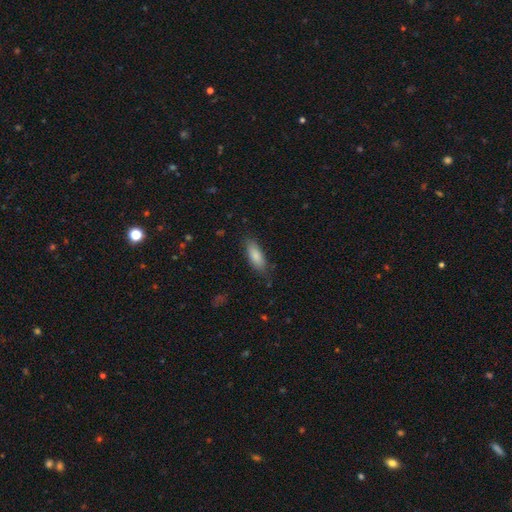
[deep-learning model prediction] smooth-or-featured: smooth: 84% | featured or disk: 9% | star or artifact: 6%
  how-rounded: in between: 69% | cigar-shaped: 30% | round: 2%
  merging: none: 80% | minor disturbance: 16% | major disturbance: 4% | merger: 1%